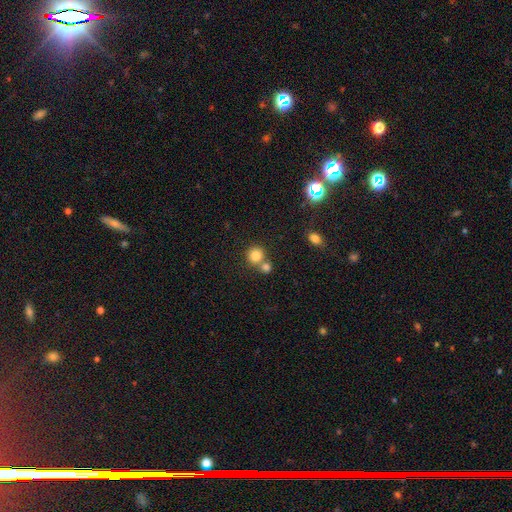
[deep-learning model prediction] Smooth or featured: smooth — 82% (star or artifact — 12%)
How rounded: round — 89% (in between — 10%)
Merging: none — 56% (merger — 35%)